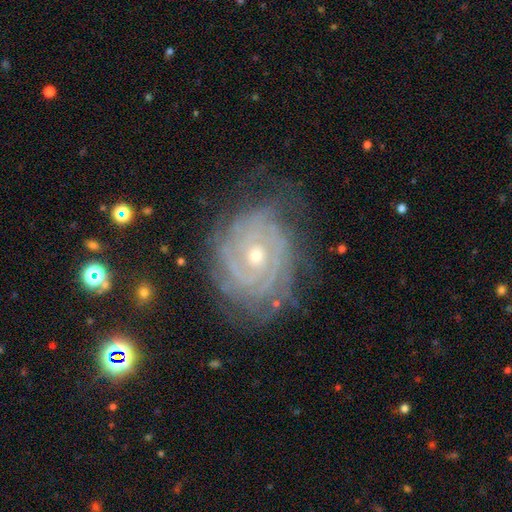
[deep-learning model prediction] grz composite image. It shows a featured or disk galaxy (88%) with no bar (73%), tight (83%) spiral arms (97%) and a small central bulge (60%). Merging: none (71%).